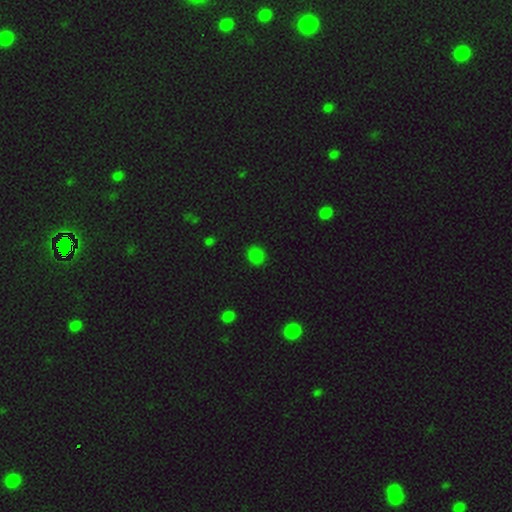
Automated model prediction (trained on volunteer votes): Smooth or featured? smooth (82%)
How rounded? round (81%)
Merging? none (89%)